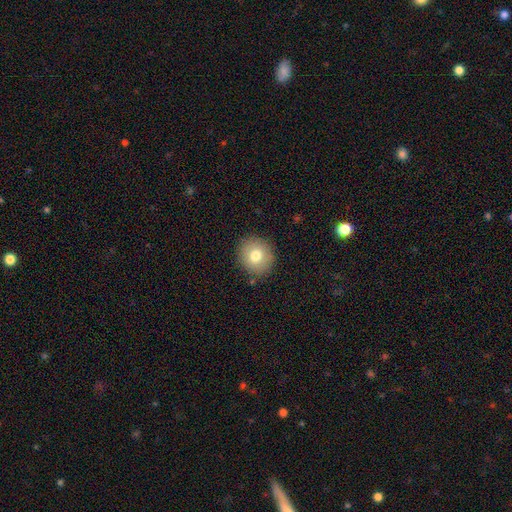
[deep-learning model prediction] smooth 77%, featured or disk 13%, star or artifact 10%. Down the decision tree: how rounded — round (86%); merging — none (89%).